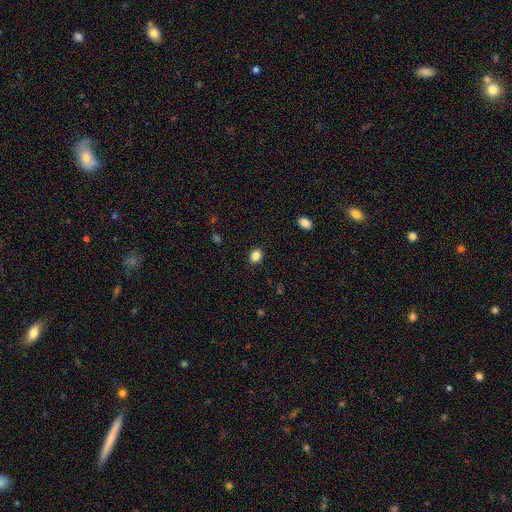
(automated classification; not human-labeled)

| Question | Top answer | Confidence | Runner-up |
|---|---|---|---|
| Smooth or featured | smooth | 86% | star or artifact (10%) |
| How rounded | in between | 57% | round (42%) |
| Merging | none | 89% | minor disturbance (8%) |